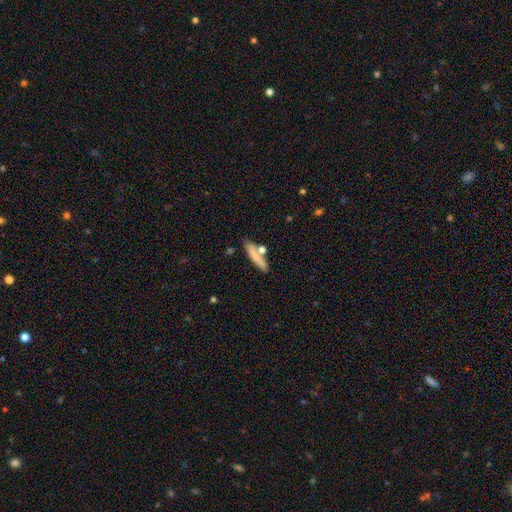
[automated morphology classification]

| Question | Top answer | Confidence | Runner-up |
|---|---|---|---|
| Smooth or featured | smooth | 73% | featured or disk (20%) |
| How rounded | cigar-shaped | 82% | in between (15%) |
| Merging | none | 70% | merger (14%) |